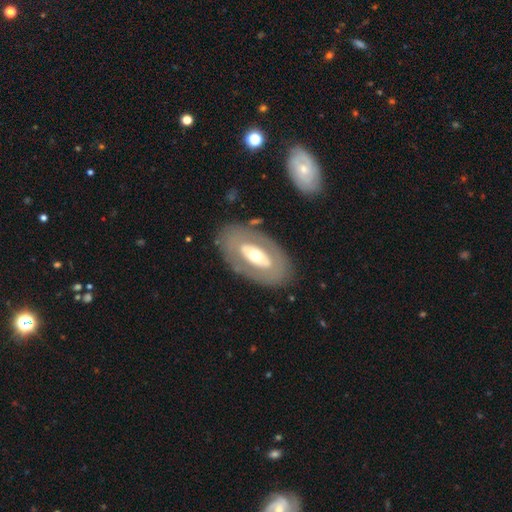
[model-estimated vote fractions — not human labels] This appears to be a featured or disk galaxy (59%) with no bar (70%), no spiral arms (89%) and a moderate central bulge (62%). Merging: none (82%).